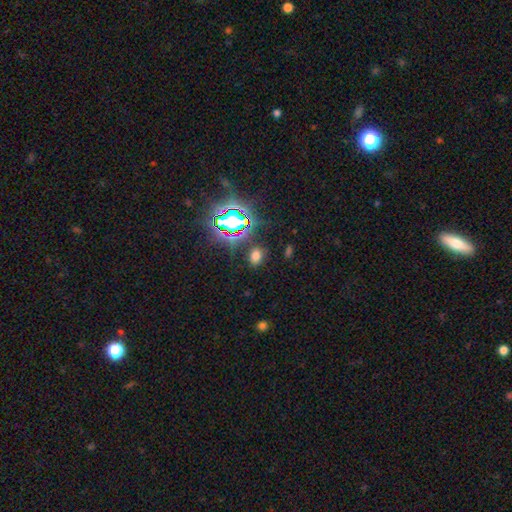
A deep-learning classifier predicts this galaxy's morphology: smooth 61%, star or artifact 32%, featured or disk 7%. Down the decision tree: how rounded — in between (78%); merging — none (83%).